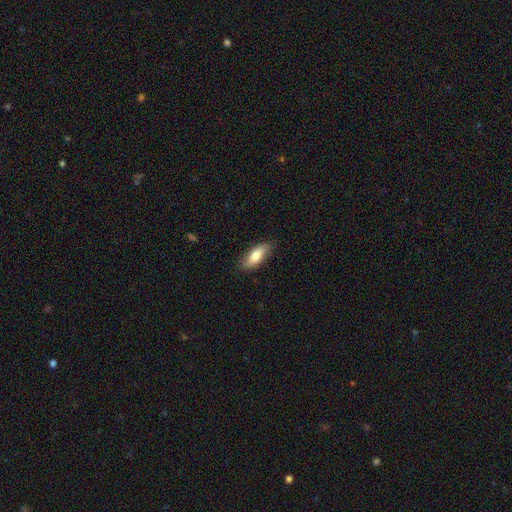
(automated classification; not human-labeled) Overall: smooth (77%). How rounded: in between (76%). Merging: none (84%).